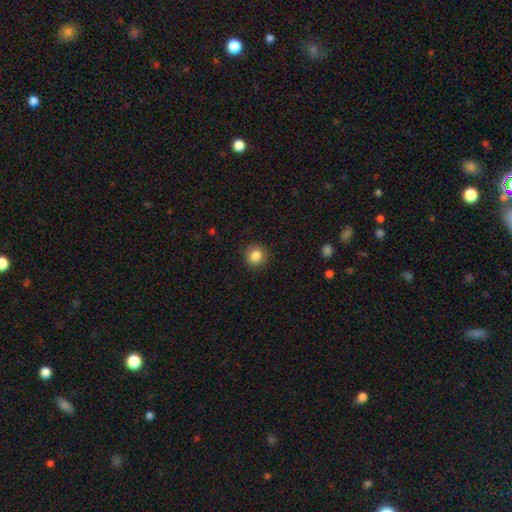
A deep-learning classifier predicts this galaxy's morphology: A smooth galaxy with no disk features (85%) that is round (91%).

Vote fractions:
- Smooth or featured? smooth: 85% / star or artifact: 10% / featured or disk: 4%
- How rounded? round: 91% / in between: 8% / cigar-shaped: 1%
- Merging? none: 90% / minor disturbance: 7% / major disturbance: 2% / merger: 1%